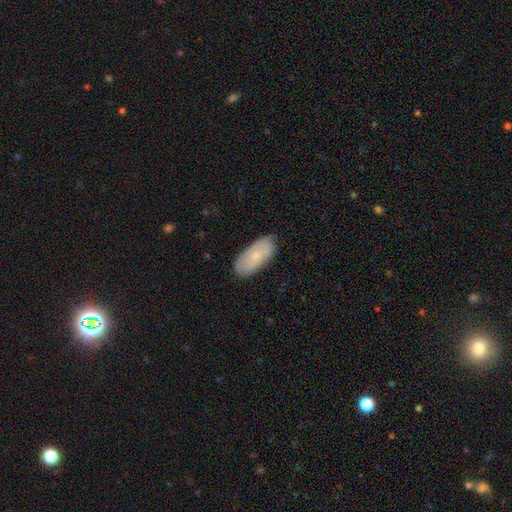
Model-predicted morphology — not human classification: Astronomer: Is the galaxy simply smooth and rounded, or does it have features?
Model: smooth — 67%.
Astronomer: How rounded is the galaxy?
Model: in between — 89%.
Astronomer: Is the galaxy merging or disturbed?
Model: none — 82%.